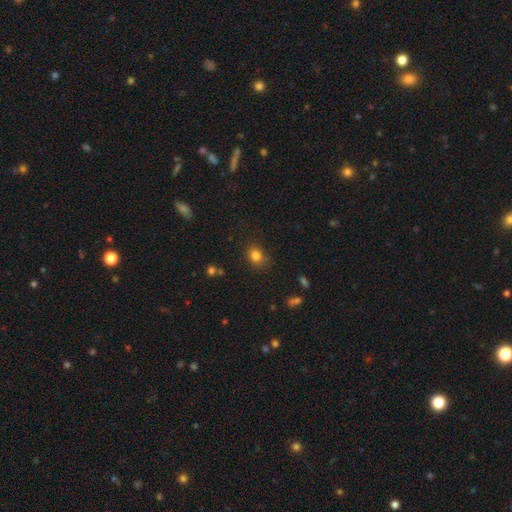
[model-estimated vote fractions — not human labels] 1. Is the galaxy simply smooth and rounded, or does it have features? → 81% smooth, 12% star or artifact, 6% featured or disk.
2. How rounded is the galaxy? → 52% round, 47% in between, 1% cigar-shaped.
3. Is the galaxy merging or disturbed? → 75% none, 17% minor disturbance, 5% major disturbance, 3% merger.